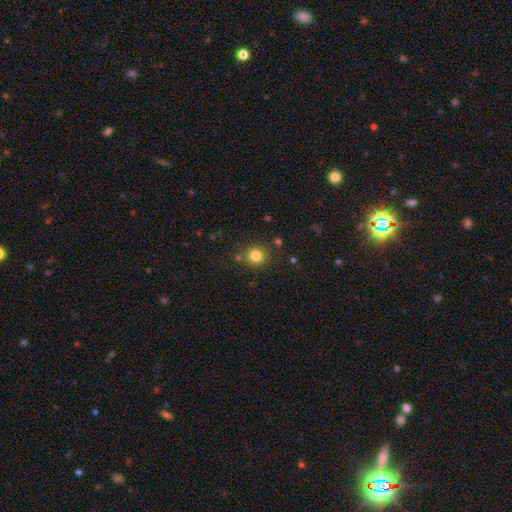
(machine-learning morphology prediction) Overall: smooth (80%). How rounded: round (92%). Merging: none (84%).